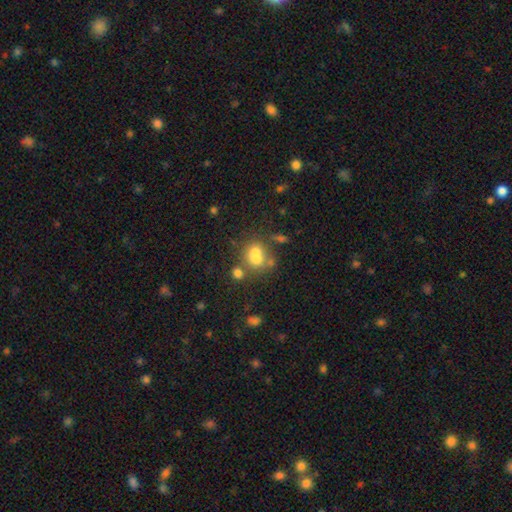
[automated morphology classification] Smooth or featured?
  - smooth: 66% *
  - featured or disk: 19%
  - star or artifact: 15%
How rounded?
  - round: 52% *
  - in between: 47%
  - cigar-shaped: 2%
Merging?
  - merger: 40% *
  - none: 38%
  - minor disturbance: 13%
  - major disturbance: 8%